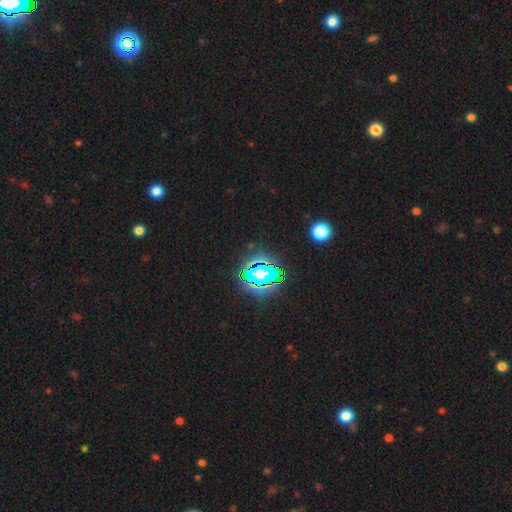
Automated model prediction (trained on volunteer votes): This is clearly a star or artifact rather than a galaxy (82%).